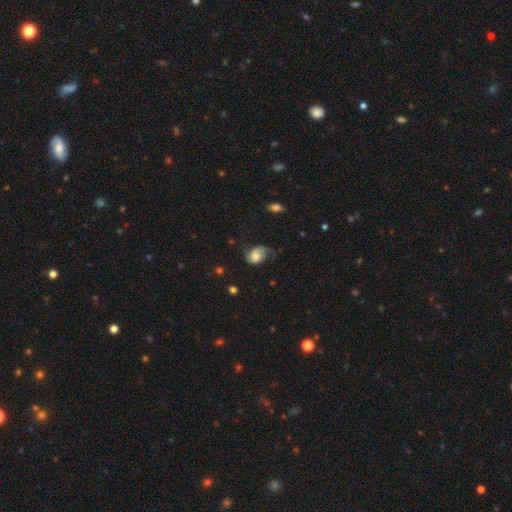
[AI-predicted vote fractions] The model was most divided on "merging": none: 37%, minor disturbance: 32%, major disturbance: 29%, merger: 2%. Remaining: smooth or featured — smooth (50%).